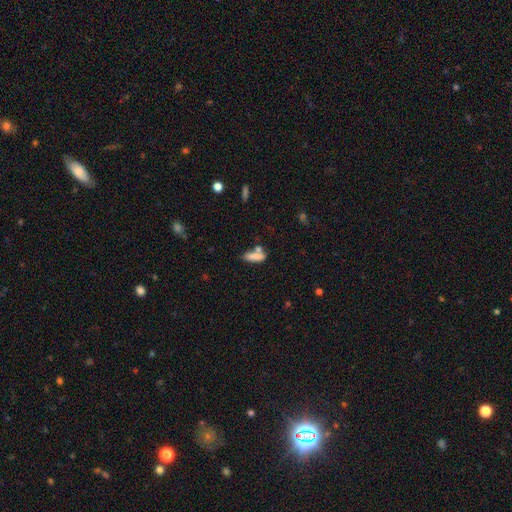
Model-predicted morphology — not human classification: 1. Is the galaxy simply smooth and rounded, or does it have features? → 77% smooth, 13% featured or disk, 9% star or artifact.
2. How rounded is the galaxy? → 52% cigar-shaped, 45% in between, 3% round.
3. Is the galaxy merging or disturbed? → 48% none, 28% merger, 18% minor disturbance, 7% major disturbance.